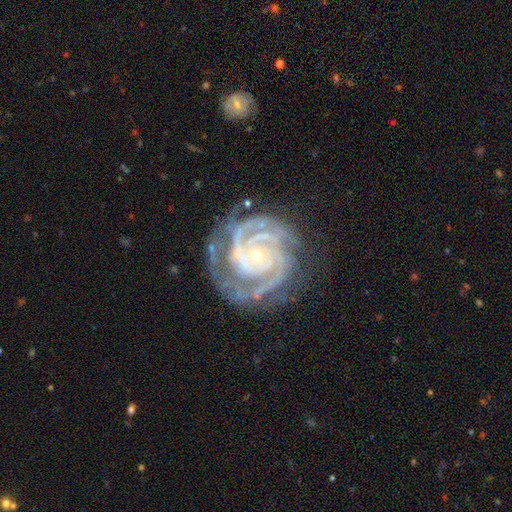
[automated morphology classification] featured or disk 92%, star or artifact 5%, smooth 3%. Down the decision tree: edge-on disk — no (98%); bar — no (69%); spiral arms — yes (99%); spiral arm count — 3 (40%); spiral winding — tight (74%); bulge size — small (70%); merging — none (71%).